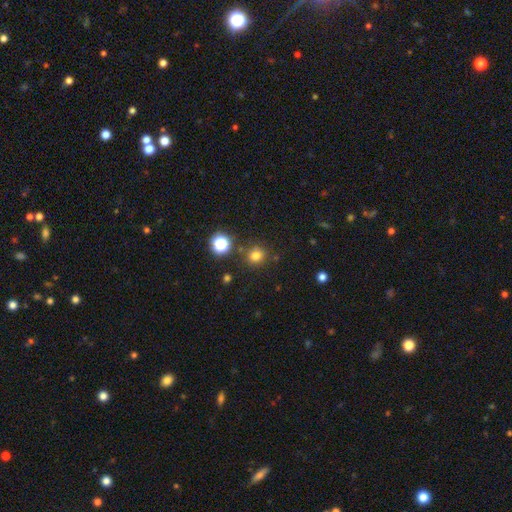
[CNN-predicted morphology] smooth-or-featured: smooth: 76% | star or artifact: 18% | featured or disk: 6%
  how-rounded: round: 88% | in between: 11% | cigar-shaped: 1%
  merging: none: 81% | minor disturbance: 10% | merger: 6% | major disturbance: 3%